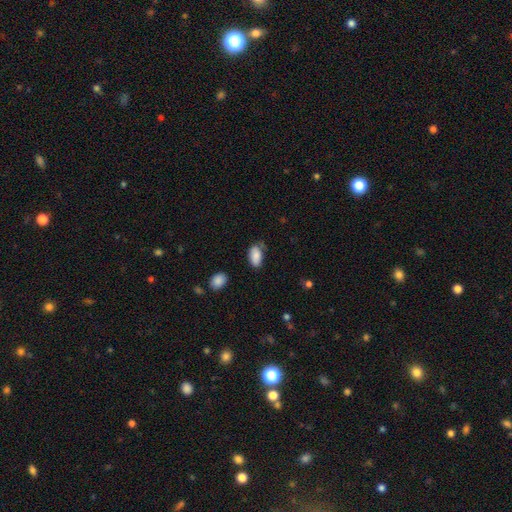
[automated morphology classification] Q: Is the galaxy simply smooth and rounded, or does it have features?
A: smooth — 84%.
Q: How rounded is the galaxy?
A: in between — 94%.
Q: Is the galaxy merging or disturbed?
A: none — 59%.